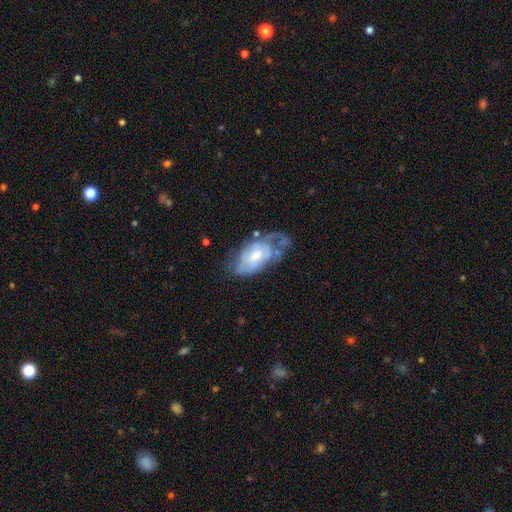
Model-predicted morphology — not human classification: Overall: featured or disk (69%). Edge-on disk: no (95%). Bar: no (66%; weak 29%). Spiral arms: yes (75%). Bulge size: moderate (52%; small 38%). Merging: major disturbance (35%; none 32%).